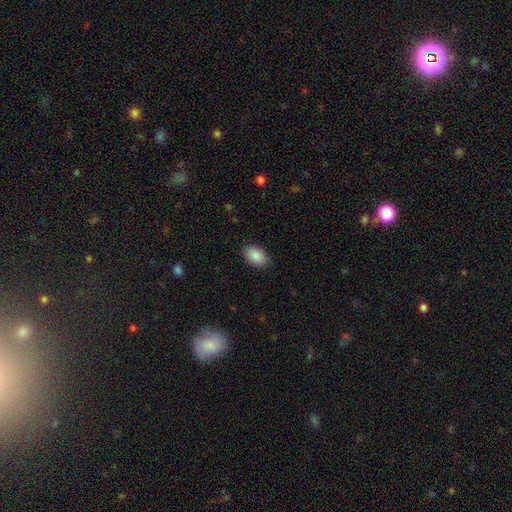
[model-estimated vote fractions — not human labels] smooth 89%, star or artifact 7%, featured or disk 4%. Down the decision tree: how rounded — in between (89%); merging — none (88%).